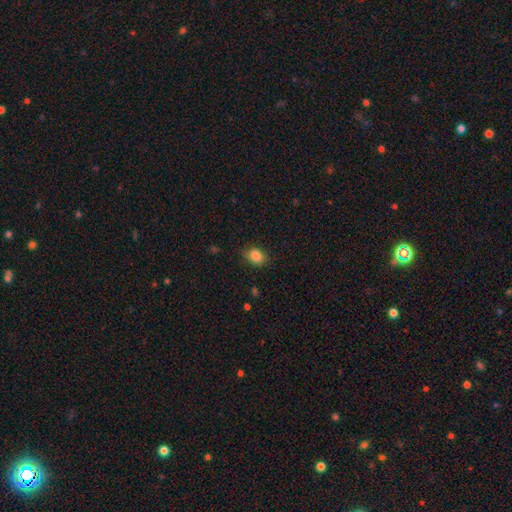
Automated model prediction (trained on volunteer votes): A smooth galaxy with no disk features (86%) that is in between round and cigar-shaped (62%). Merging: none (82%).